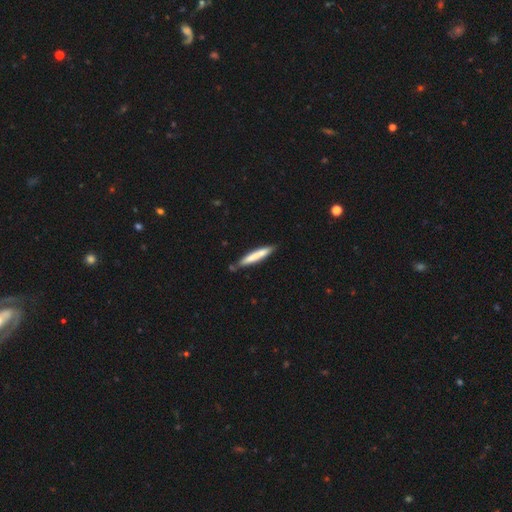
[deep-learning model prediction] A smooth galaxy with no disk features (70%) that is cigar-shaped (93%).

Vote fractions:
- Smooth or featured? smooth: 70% / featured or disk: 25% / star or artifact: 5%
- How rounded? cigar-shaped: 93% / in between: 6% / round: 1%
- Merging? none: 78% / minor disturbance: 15% / merger: 5% / major disturbance: 2%